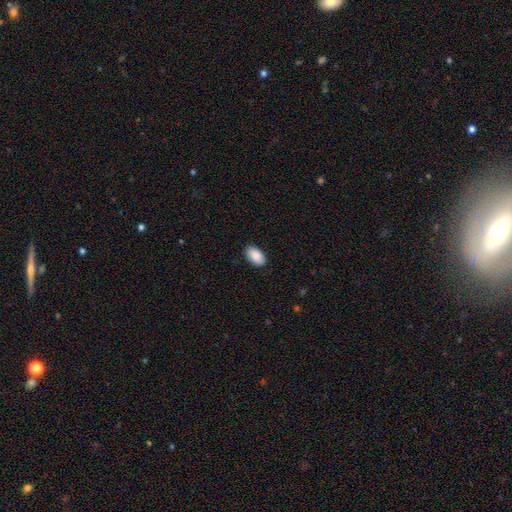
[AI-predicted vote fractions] Smooth or featured? smooth (91%)
How rounded? in between (95%)
Merging? none (89%)